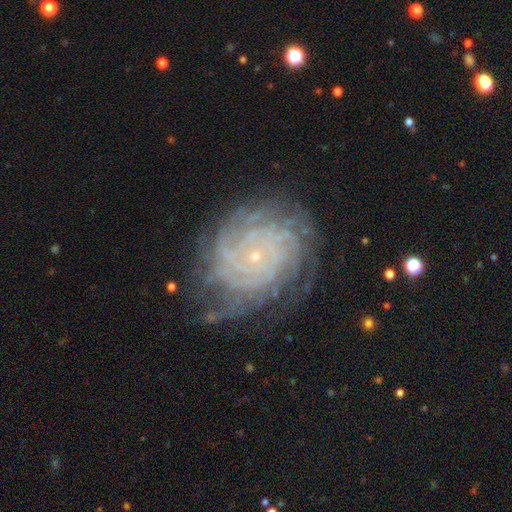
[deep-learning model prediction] This appears to be a featured or disk galaxy (87%) with no bar (80%), more than 4 (33%) tight (83%) spiral arms (98%) and a small central bulge (89%). Merging: none (75%).